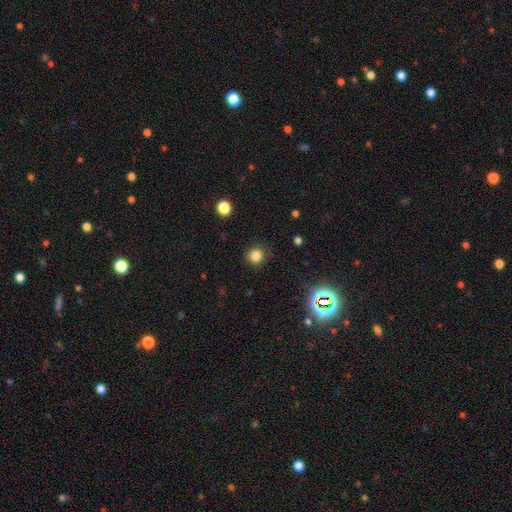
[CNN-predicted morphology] Q: Smooth or featured?
A: smooth (81%); runner-up: star or artifact (14%)
Q: How rounded?
A: round (91%); runner-up: in between (8%)
Q: Merging?
A: none (86%); runner-up: minor disturbance (9%)